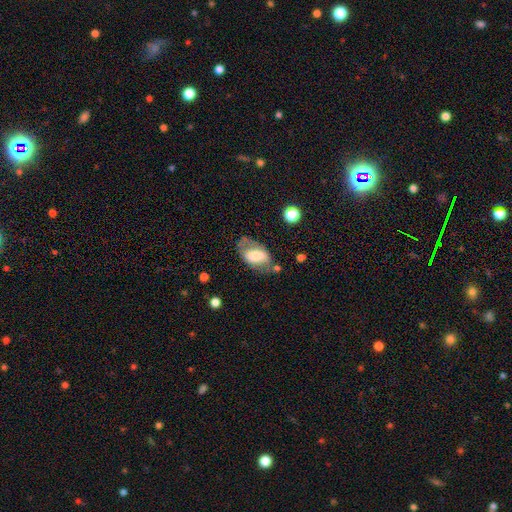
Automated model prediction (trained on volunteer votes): Morphology: type=smooth (54%); roundness=in between (90%); merging=none (49%).